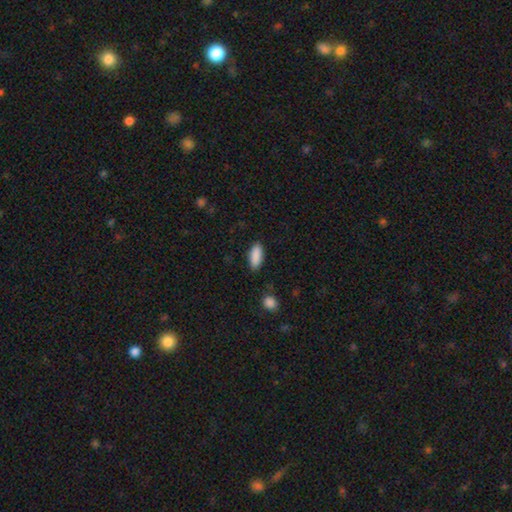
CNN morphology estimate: This appears to be a smooth galaxy with no disk features (90%) that is in between round and cigar-shaped (81%). Merging: none (86%).